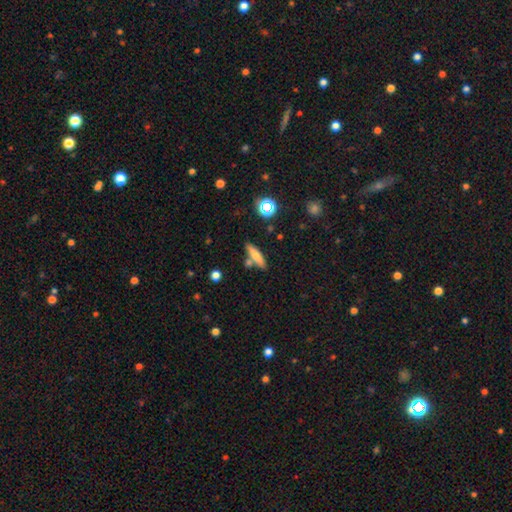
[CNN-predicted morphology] smooth-or-featured: smooth: 64% | featured or disk: 26% | star or artifact: 10%
  how-rounded: cigar-shaped: 67% | in between: 30% | round: 3%
  merging: none: 70% | merger: 15% | minor disturbance: 12% | major disturbance: 3%